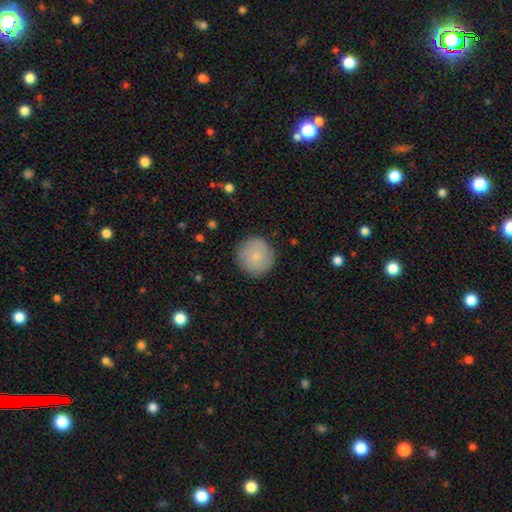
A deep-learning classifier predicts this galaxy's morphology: Overall: smooth (75%). How rounded: round (95%). Merging: none (87%).